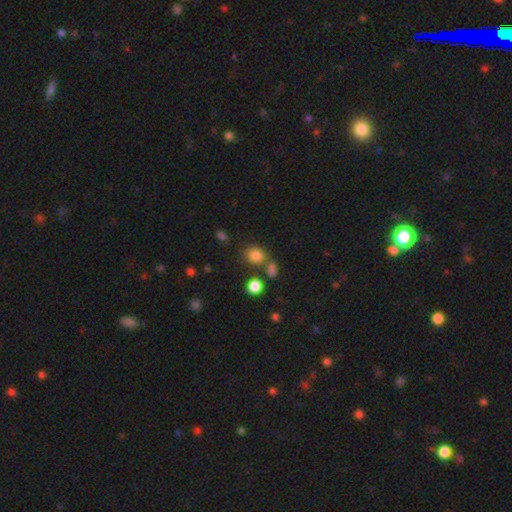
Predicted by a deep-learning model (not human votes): Smooth or featured? Predicted: smooth (p=0.81). How rounded? Predicted: round (p=0.77). Merging? Predicted: none (p=0.64).